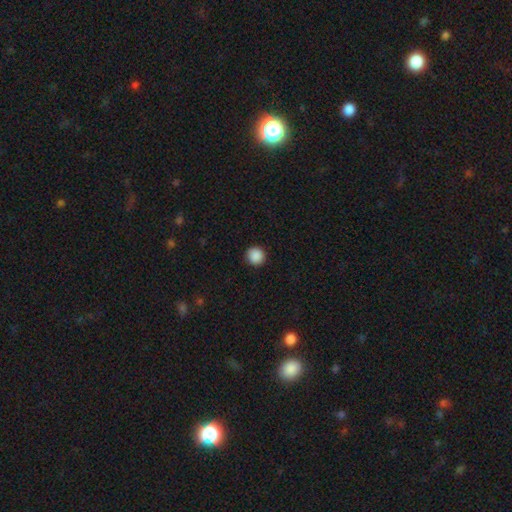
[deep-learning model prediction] The model was most divided on "smooth or featured": smooth: 89%, star or artifact: 9%, featured or disk: 2%. More confident: how rounded — round (95%); merging — none (92%).